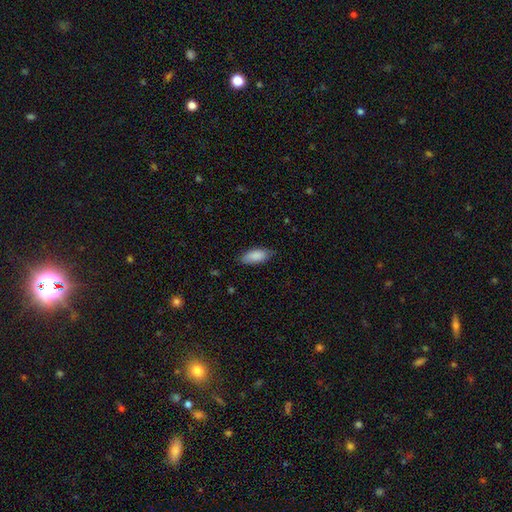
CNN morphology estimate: smooth 88%, featured or disk 6%, star or artifact 6%. Down the decision tree: how rounded — in between (87%); merging — none (77%).